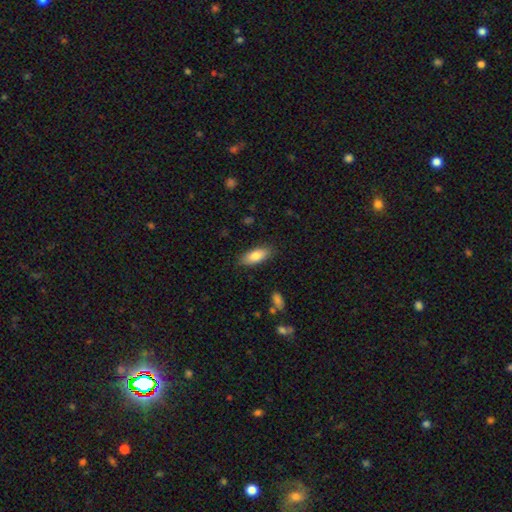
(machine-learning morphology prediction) Q: Smooth or featured?
A: smooth (82%); runner-up: featured or disk (11%)
Q: How rounded?
A: in between (81%); runner-up: cigar-shaped (17%)
Q: Merging?
A: none (85%); runner-up: minor disturbance (11%)